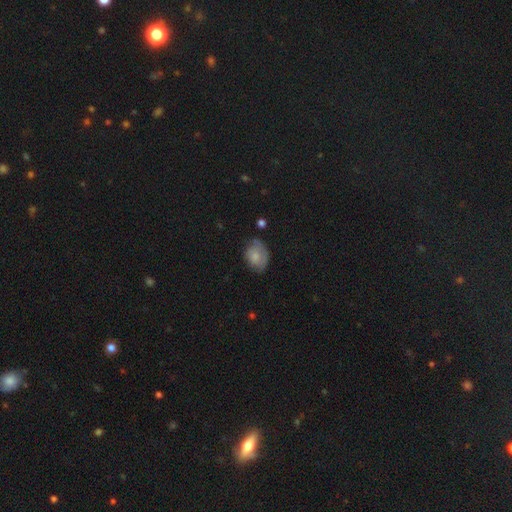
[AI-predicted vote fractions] Smooth or featured: smooth — 65% (featured or disk — 27%)
How rounded: in between — 66% (round — 33%)
Merging: none — 52% (minor disturbance — 34%)